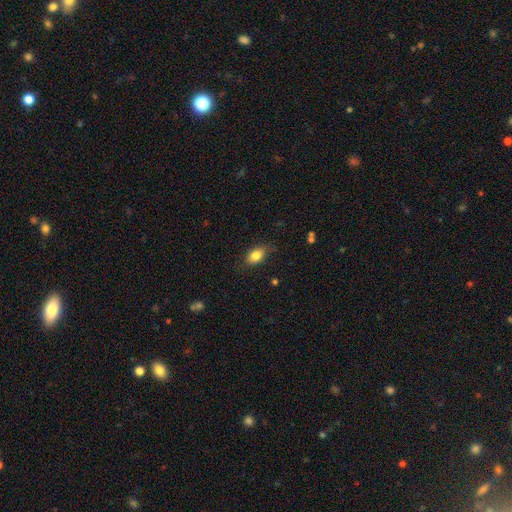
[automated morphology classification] smooth 82%, featured or disk 10%, star or artifact 8%. Down the decision tree: how rounded — in between (84%); merging — none (76%).